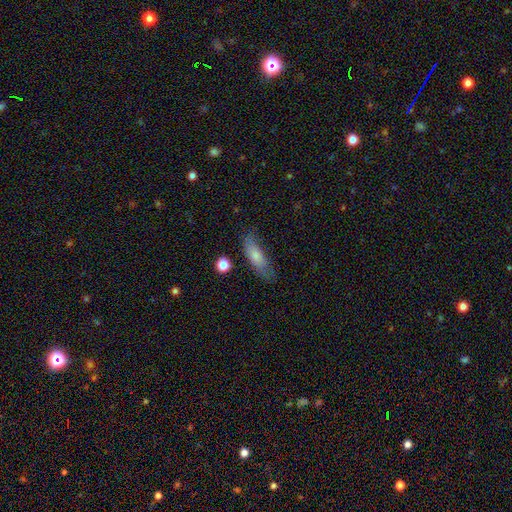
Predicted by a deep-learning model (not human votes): Overall: smooth (74%). How rounded: in between (60%; cigar-shaped 37%). Merging: none (59%; minor disturbance 27%).